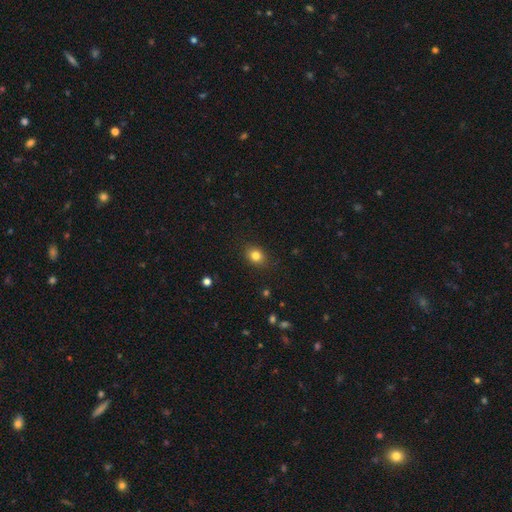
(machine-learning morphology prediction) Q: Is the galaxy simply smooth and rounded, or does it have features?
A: smooth — 83%.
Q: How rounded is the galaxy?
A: round — 53%.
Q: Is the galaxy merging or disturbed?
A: none — 87%.